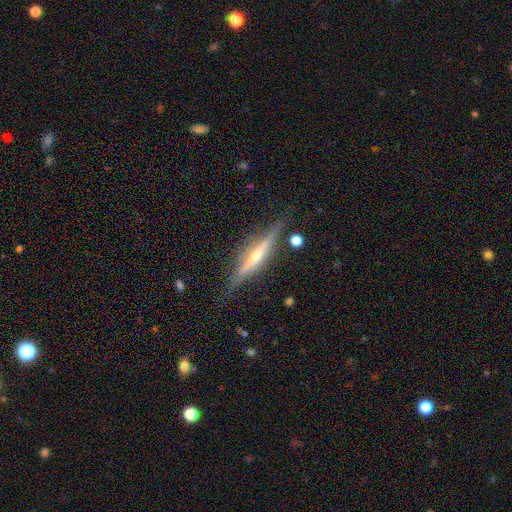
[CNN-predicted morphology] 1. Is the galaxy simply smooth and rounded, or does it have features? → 78% featured or disk, 15% smooth, 7% star or artifact.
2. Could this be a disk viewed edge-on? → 97% yes, 3% no.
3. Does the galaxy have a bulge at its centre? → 77% rounded, 15% none, 8% boxy.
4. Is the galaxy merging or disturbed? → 83% none, 12% minor disturbance, 3% major disturbance, 2% merger.